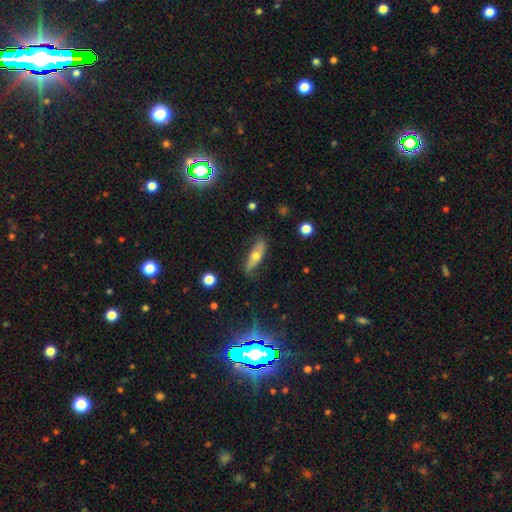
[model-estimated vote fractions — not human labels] Smooth or featured? smooth (53%)
How rounded? in between (53%)
Merging? none (75%)